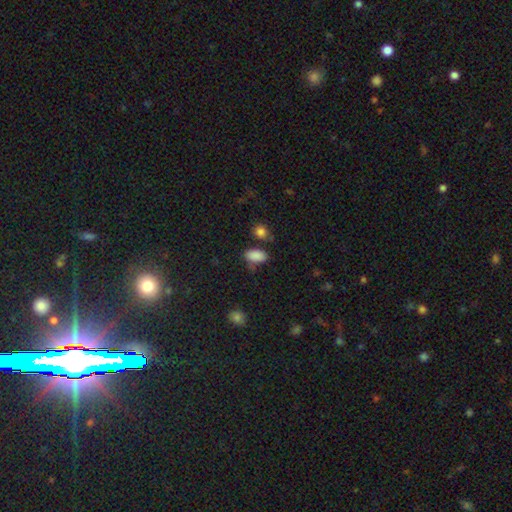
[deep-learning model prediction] smooth_or_featured: smooth (p=0.86) [alt: star or artifact p=0.10]
how_rounded: in between (p=0.92) [alt: round p=0.06]
merging: none (p=0.65) [alt: minor disturbance p=0.20]